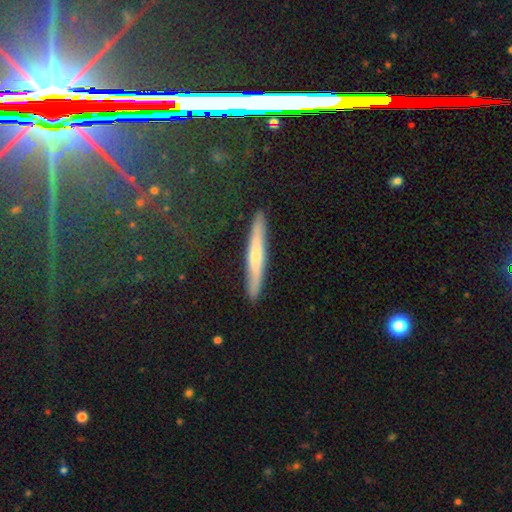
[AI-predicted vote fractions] smooth-or-featured: smooth: 49% | featured or disk: 45% | star or artifact: 6%
  merging: none: 90% | minor disturbance: 7% | major disturbance: 1% | merger: 1%